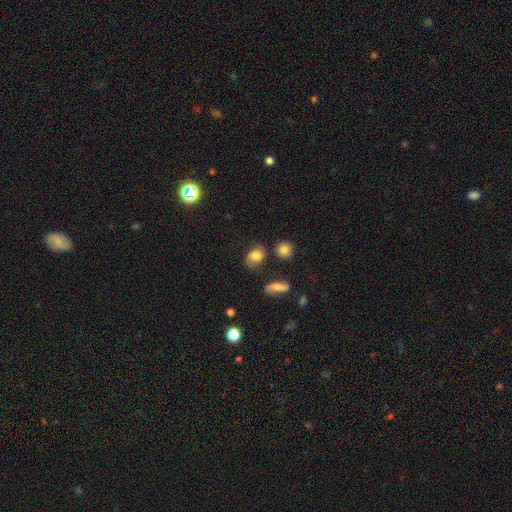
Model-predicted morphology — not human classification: Smooth or featured? smooth (72%)
How rounded? in between (62%)
Merging? none (64%)